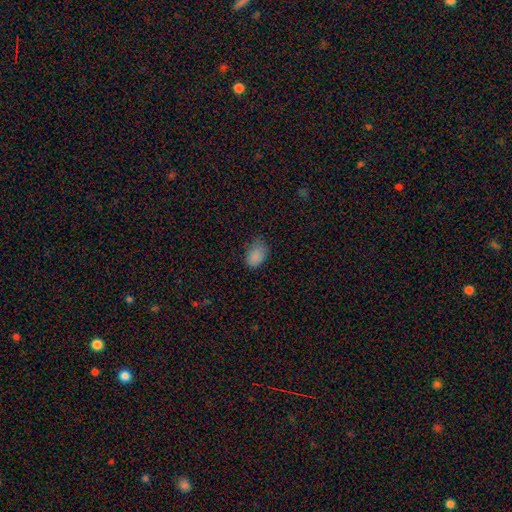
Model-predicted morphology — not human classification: This appears to be a smooth galaxy with no disk features (84%) that is in between round and cigar-shaped (80%). Merging: none (58%).